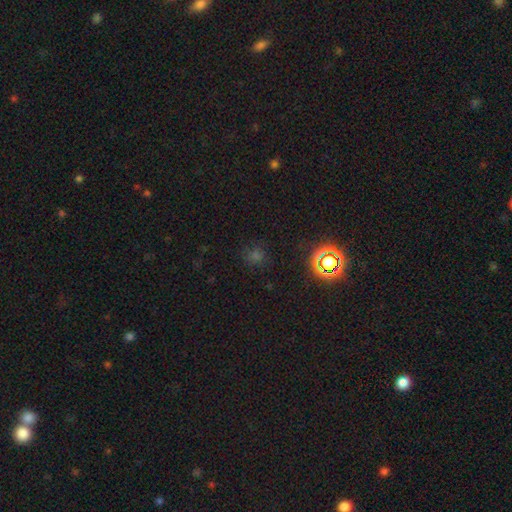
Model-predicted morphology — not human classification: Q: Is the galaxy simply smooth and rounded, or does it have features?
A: smooth — 49%.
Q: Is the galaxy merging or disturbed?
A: none — 83%.